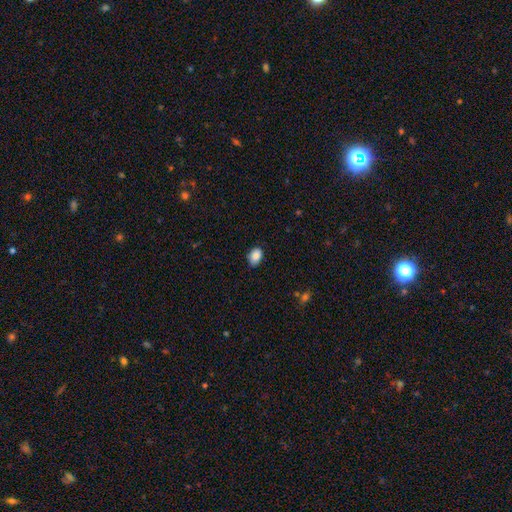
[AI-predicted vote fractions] Smooth or featured? smooth (88%)
How rounded? in between (82%)
Merging? none (79%)